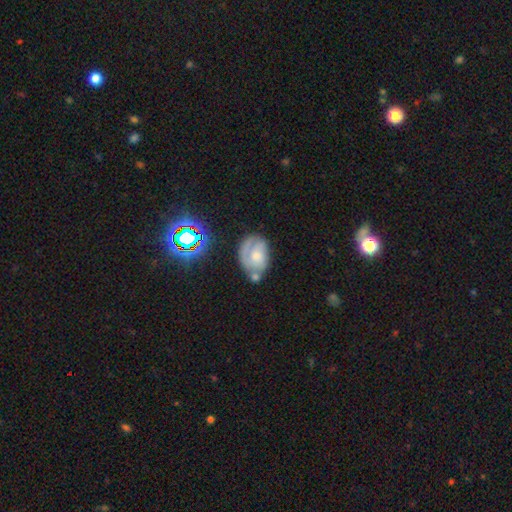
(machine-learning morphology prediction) Smooth or featured? featured or disk (58%)
Edge-on disk? no (96%)
Bar? no (73%)
Spiral arms? yes (77%)
Bulge size? moderate (45%)
Merging? none (46%)